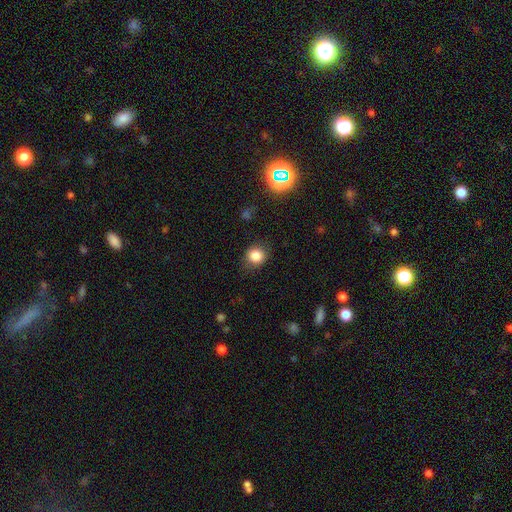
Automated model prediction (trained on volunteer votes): This is clearly a smooth galaxy (83%). How rounded: clearly round (81%). Merging: clearly none (84%).